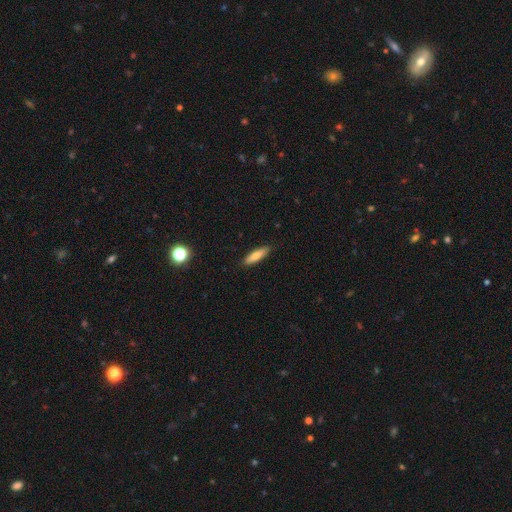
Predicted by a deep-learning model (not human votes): smooth 74%, featured or disk 19%, star or artifact 7%. Down the decision tree: how rounded — cigar-shaped (69%); merging — none (89%).